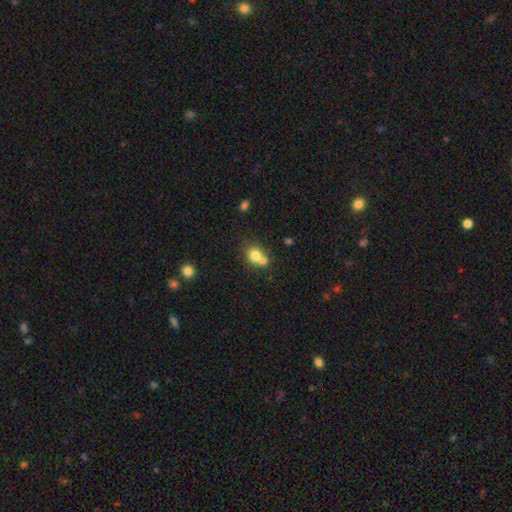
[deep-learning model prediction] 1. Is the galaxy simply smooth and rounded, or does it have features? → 76% smooth, 13% featured or disk, 10% star or artifact.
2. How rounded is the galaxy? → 67% round, 32% in between, 1% cigar-shaped.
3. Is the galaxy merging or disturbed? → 52% merger, 36% none, 9% minor disturbance, 3% major disturbance.